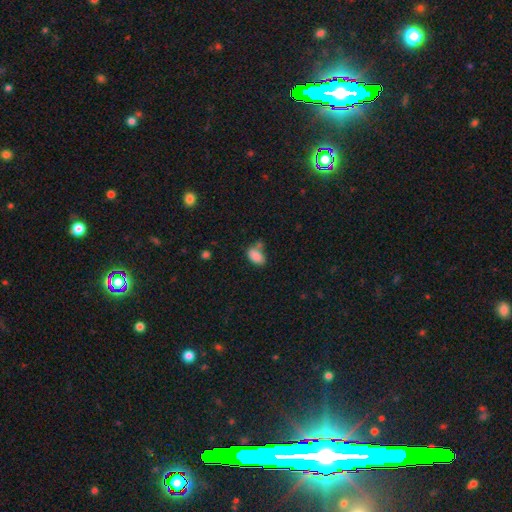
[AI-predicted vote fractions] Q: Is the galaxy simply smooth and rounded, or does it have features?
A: smooth — 85%.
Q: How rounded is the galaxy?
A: in between — 91%.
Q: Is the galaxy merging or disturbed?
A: none — 51%.